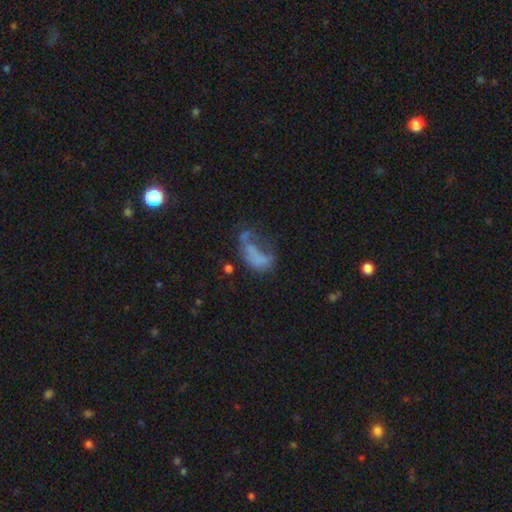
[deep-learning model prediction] Morphology: type=smooth (46%); merging=major disturbance (47%).